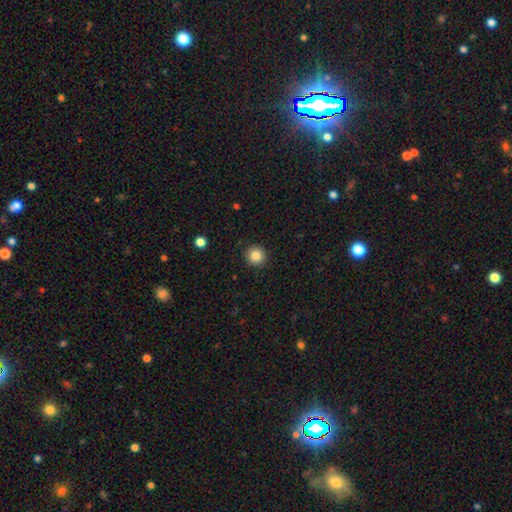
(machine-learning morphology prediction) This is clearly a smooth galaxy (84%). How rounded: clearly round (94%). Merging: clearly none (92%).